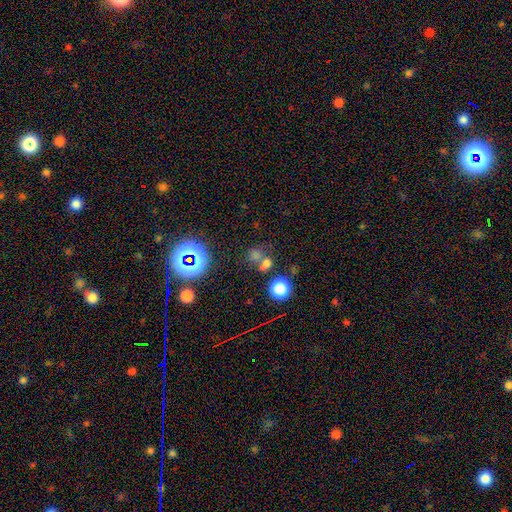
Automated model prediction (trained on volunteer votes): Smooth or featured? Predicted: smooth (p=0.50). How rounded? Predicted: round (p=0.78). Merging? Predicted: none (p=0.54).